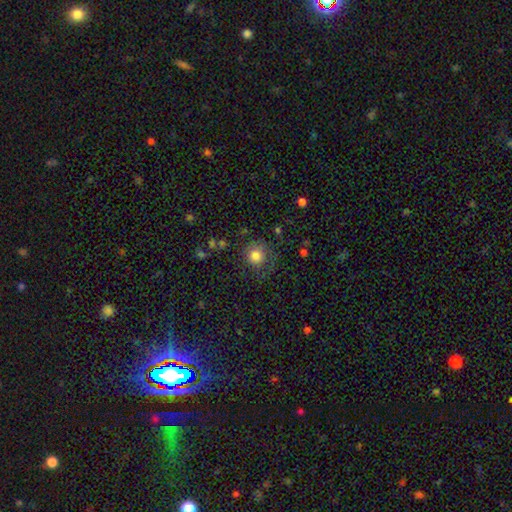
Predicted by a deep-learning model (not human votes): Smooth or featured? smooth (81%)
How rounded? round (92%)
Merging? none (71%)